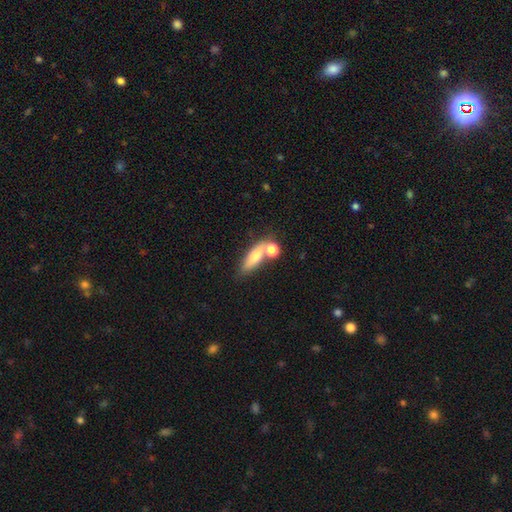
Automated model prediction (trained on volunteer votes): Overall: smooth (72%). How rounded: in between (50%; cigar-shaped 40%). Merging: none (53%; merger 26%).